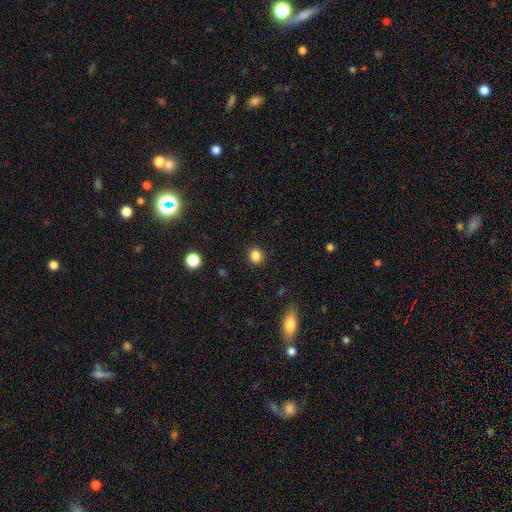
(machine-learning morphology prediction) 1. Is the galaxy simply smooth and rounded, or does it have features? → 85% smooth, 12% star or artifact, 4% featured or disk.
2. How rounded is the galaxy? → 87% round, 12% in between, 1% cigar-shaped.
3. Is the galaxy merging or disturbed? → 91% none, 6% minor disturbance, 2% major disturbance, 1% merger.